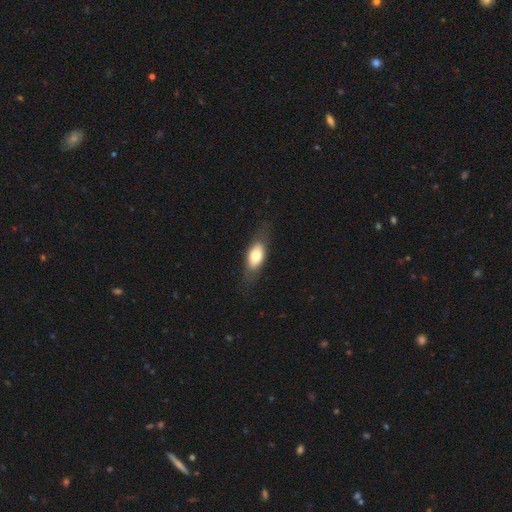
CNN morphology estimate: Q: Smooth or featured?
A: smooth (69%); runner-up: featured or disk (24%)
Q: How rounded?
A: in between (80%); runner-up: cigar-shaped (14%)
Q: Merging?
A: none (76%); runner-up: minor disturbance (17%)